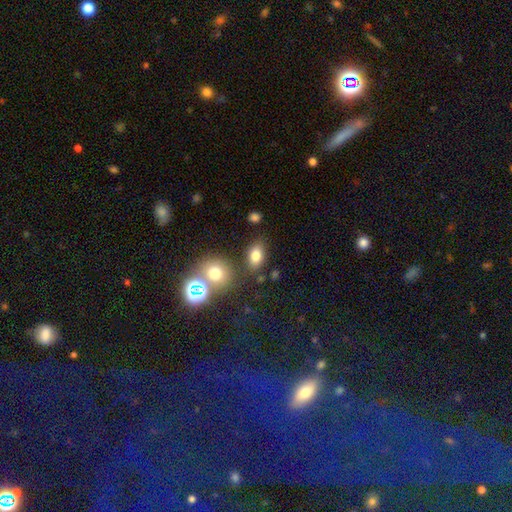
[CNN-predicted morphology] A smooth galaxy with no disk features (78%) that is in between round and cigar-shaped (81%). Merging: none (76%).